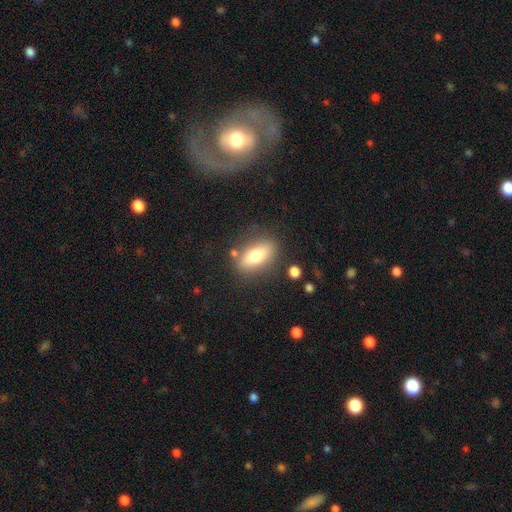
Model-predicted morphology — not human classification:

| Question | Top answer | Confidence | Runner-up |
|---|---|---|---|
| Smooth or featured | smooth | 68% | featured or disk (24%) |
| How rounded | in between | 79% | cigar-shaped (14%) |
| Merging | none | 77% | minor disturbance (13%) |